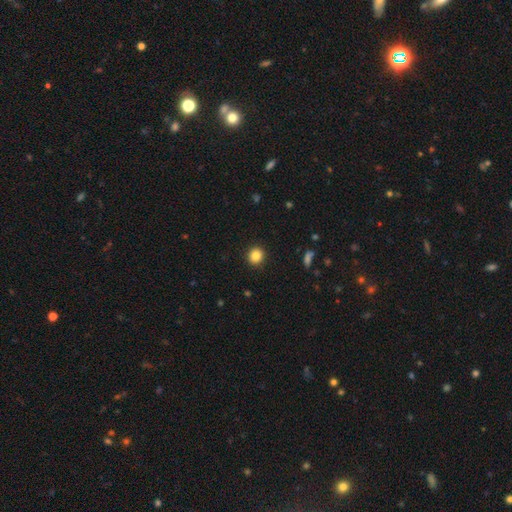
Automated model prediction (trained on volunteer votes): smooth-or-featured: smooth: 86% | star or artifact: 10% | featured or disk: 4%
  how-rounded: round: 90% | in between: 9% | cigar-shaped: 1%
  merging: none: 92% | minor disturbance: 5% | major disturbance: 2% | merger: 1%